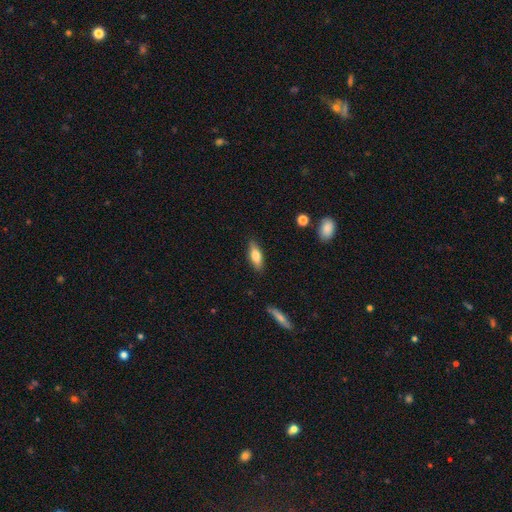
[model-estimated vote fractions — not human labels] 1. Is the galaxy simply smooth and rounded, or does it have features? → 73% smooth, 21% featured or disk, 6% star or artifact.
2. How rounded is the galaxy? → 65% in between, 32% cigar-shaped, 3% round.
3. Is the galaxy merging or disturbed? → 87% none, 10% minor disturbance, 2% major disturbance, 1% merger.